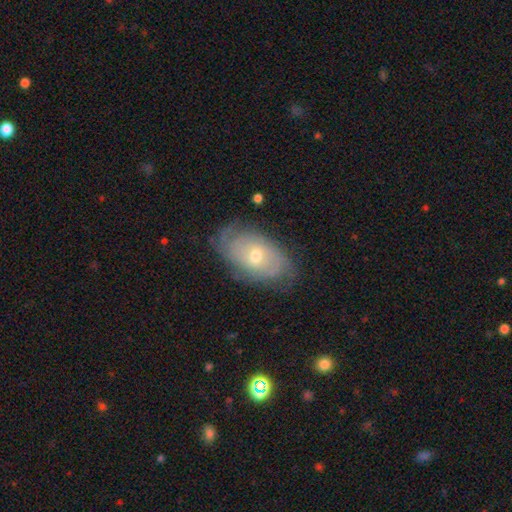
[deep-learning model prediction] The model was most divided on "bulge size": moderate: 51%, small: 45%, large: 2%, none: 1%, dominant: 1%. More confident: edge-on disk — no (92%); spiral arms — yes (80%); merging — none (71%); bar — no (69%); smooth or featured — featured or disk (63%).